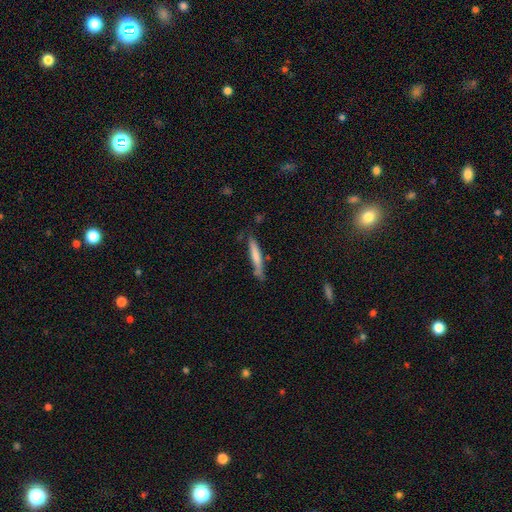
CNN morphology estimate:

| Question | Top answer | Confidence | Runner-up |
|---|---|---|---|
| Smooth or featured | smooth | 67% | featured or disk (27%) |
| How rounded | cigar-shaped | 93% | in between (6%) |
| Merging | none | 70% | minor disturbance (22%) |